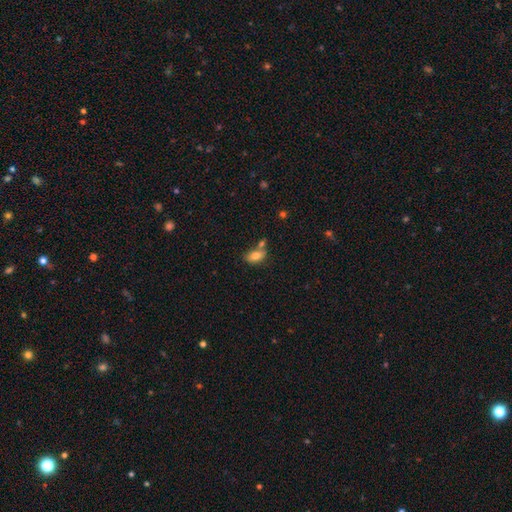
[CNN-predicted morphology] smooth_or_featured: smooth (p=0.78) [alt: featured or disk p=0.13]
how_rounded: in between (p=0.88) [alt: round p=0.08]
merging: none (p=0.51) [alt: merger p=0.27]